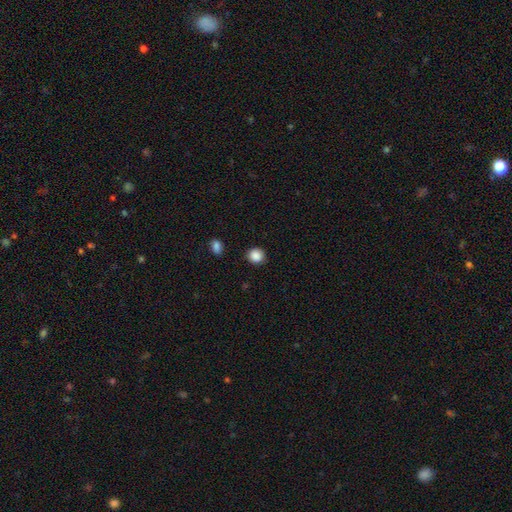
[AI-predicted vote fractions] This appears to be a smooth galaxy with no disk features (88%) that is round (88%). Merging: none (89%).